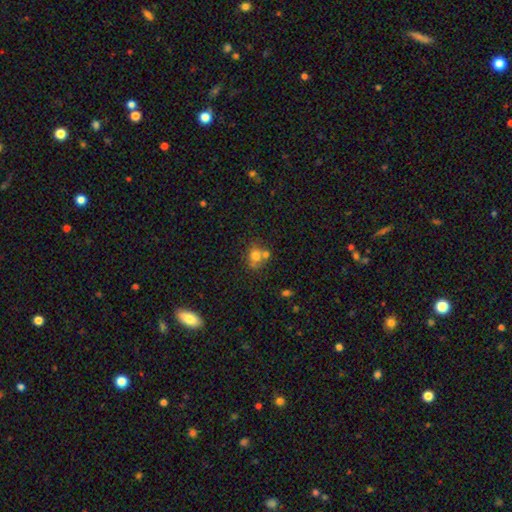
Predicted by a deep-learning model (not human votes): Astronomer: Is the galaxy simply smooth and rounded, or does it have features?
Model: smooth — 71%.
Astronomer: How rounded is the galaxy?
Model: round — 68%.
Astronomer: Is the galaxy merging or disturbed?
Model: merger — 42% (runner-up: none, 41%).